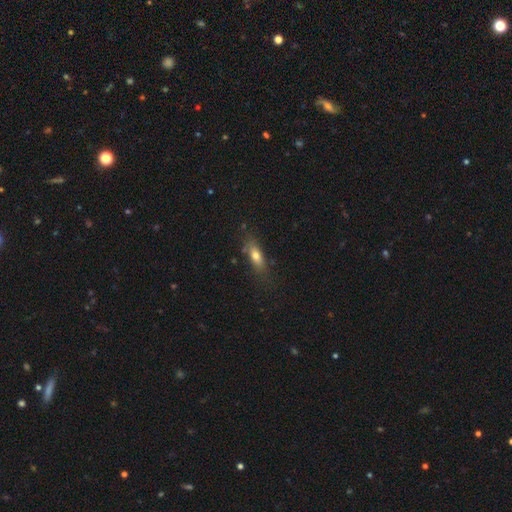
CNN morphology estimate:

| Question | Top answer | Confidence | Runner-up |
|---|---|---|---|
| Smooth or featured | smooth | 71% | featured or disk (20%) |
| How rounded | in between | 62% | cigar-shaped (34%) |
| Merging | none | 70% | minor disturbance (20%) |